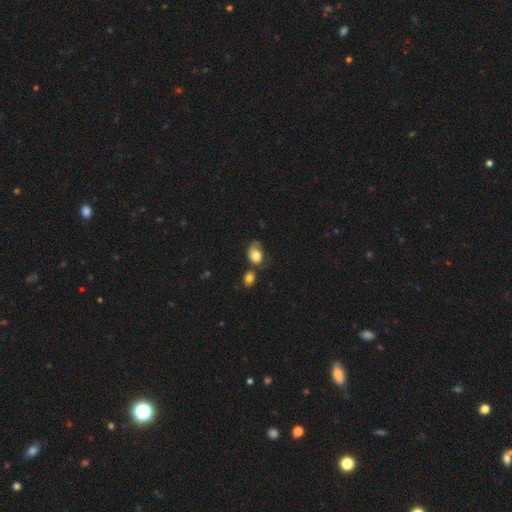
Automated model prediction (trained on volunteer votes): Morphology: type=smooth (75%); roundness=in between (71%); merging=none (36%).